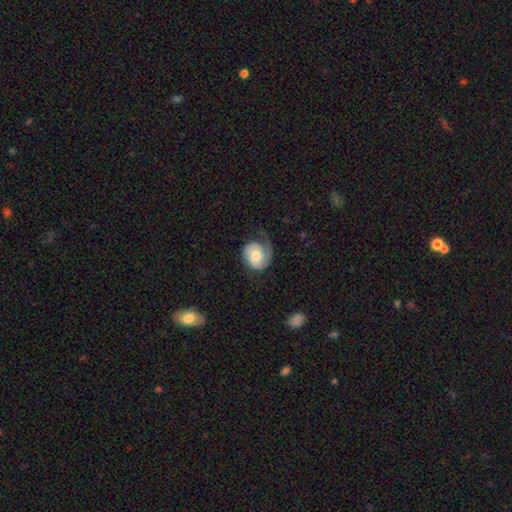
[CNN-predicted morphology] Q: Smooth or featured?
A: featured or disk (64%); runner-up: smooth (29%)
Q: Edge-on disk?
A: no (97%); runner-up: yes (3%)
Q: Bar?
A: no (75%); runner-up: weak (21%)
Q: Spiral arms?
A: yes (91%); runner-up: no (9%)
Q: Spiral winding?
A: tight (43%); runner-up: medium (34%)
Q: Spiral arm count?
A: 1 (53%); runner-up: 2 (35%)
Q: Bulge size?
A: moderate (47%); runner-up: small (42%)
Q: Merging?
A: none (48%); runner-up: major disturbance (26%)